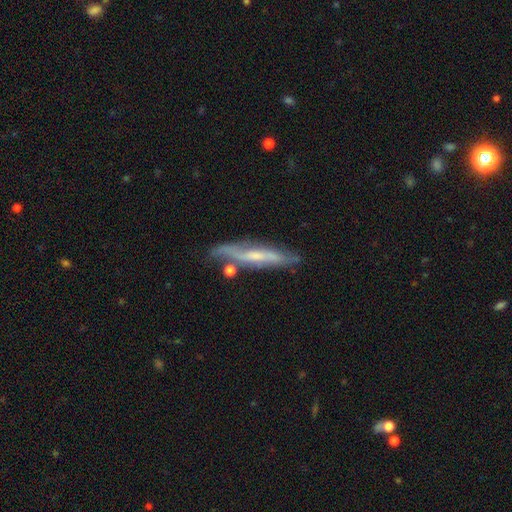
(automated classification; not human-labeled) Smooth or featured: featured or disk — 68% (smooth — 26%)
Edge-on disk: yes — 61% (no — 39%)
Merging: none — 62% (minor disturbance — 23%)